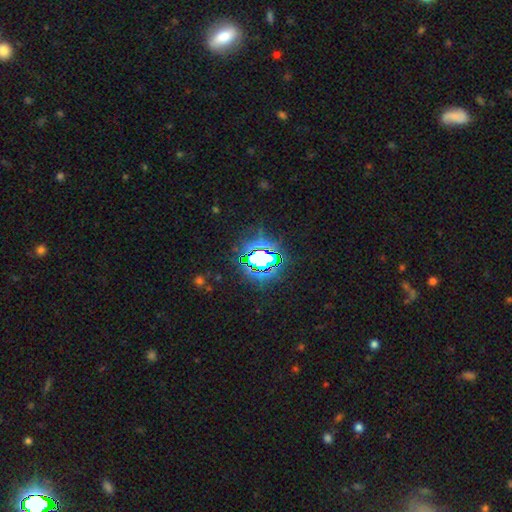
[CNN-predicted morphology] type=star or artifact (73%).